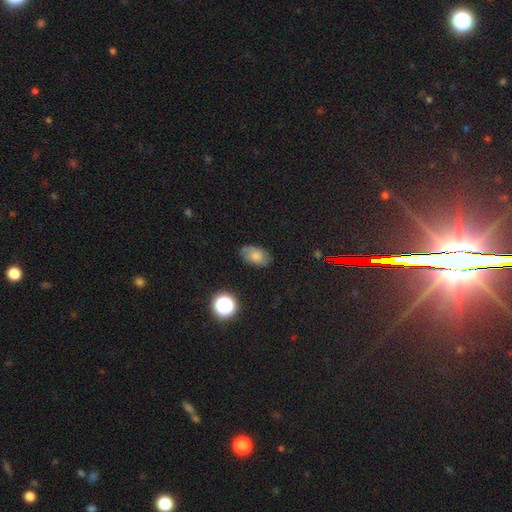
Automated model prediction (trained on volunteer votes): Smooth or featured: smooth — 70% (featured or disk — 18%)
How rounded: in between — 88% (round — 10%)
Merging: none — 73% (minor disturbance — 21%)